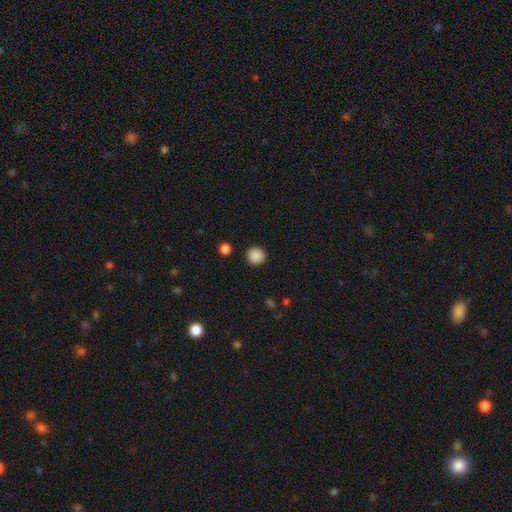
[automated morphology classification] Smooth or featured? Predicted: smooth (p=0.89). How rounded? Predicted: round (p=0.94). Merging? Predicted: none (p=0.92).